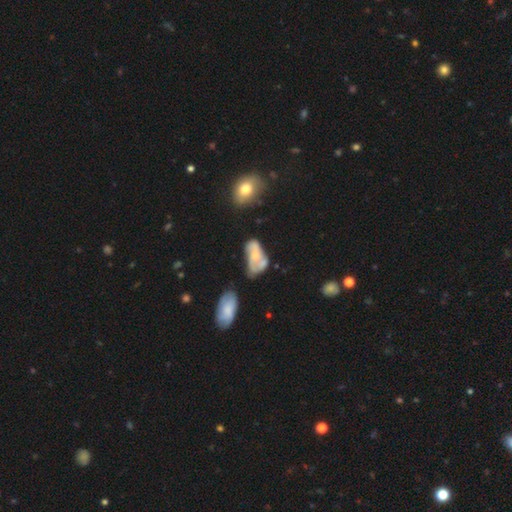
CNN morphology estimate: A featured or disk galaxy (56%) with no bar (77%), spiral arms (60%) and a small central bulge (53%).

Vote fractions:
- Smooth or featured? featured or disk: 56% / smooth: 35% / star or artifact: 9%
- Edge-on disk? no: 95% / yes: 5%
- Bar? no: 77% / weak: 19% / strong: 4%
- Spiral arms? yes: 60% / no: 40%
- Bulge size? small: 53% / moderate: 34% / none: 10% / large: 2% / dominant: 1%
- Merging? none: 29% / merger: 26% / minor disturbance: 25% / major disturbance: 20%